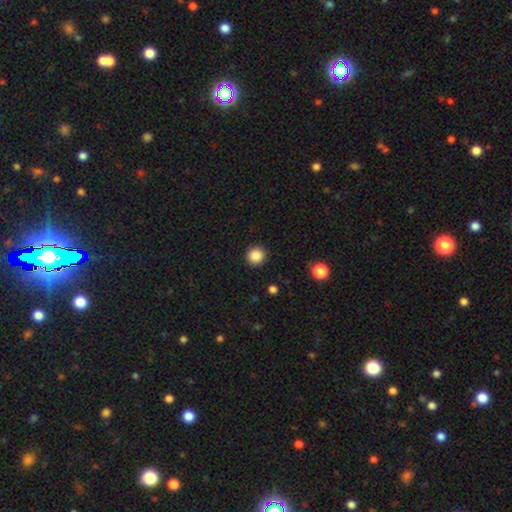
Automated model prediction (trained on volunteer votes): smooth-or-featured: smooth: 86% | star or artifact: 10% | featured or disk: 4%
  how-rounded: round: 95% | in between: 4% | cigar-shaped: 1%
  merging: none: 92% | minor disturbance: 5% | major disturbance: 2% | merger: 1%